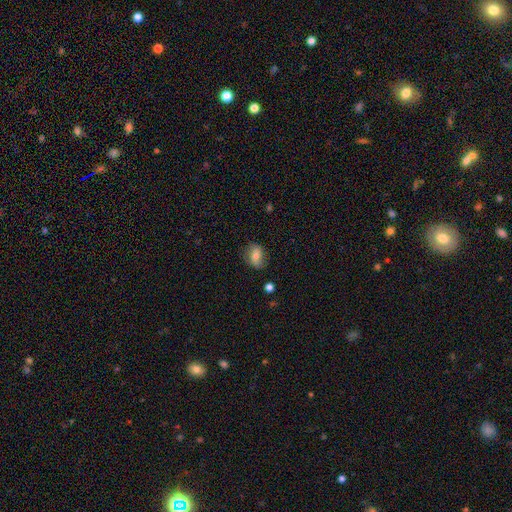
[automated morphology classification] Smooth or featured?
  - smooth: 72% *
  - featured or disk: 19%
  - star or artifact: 9%
How rounded?
  - in between: 75% *
  - round: 23%
  - cigar-shaped: 2%
Merging?
  - none: 72% *
  - minor disturbance: 21%
  - major disturbance: 6%
  - merger: 2%